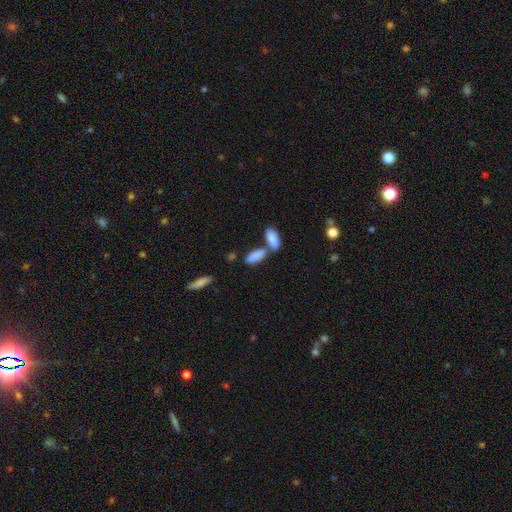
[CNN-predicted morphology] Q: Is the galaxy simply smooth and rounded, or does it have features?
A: smooth — 85%.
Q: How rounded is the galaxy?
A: in between — 79%.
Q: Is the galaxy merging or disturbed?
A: merger — 46%.